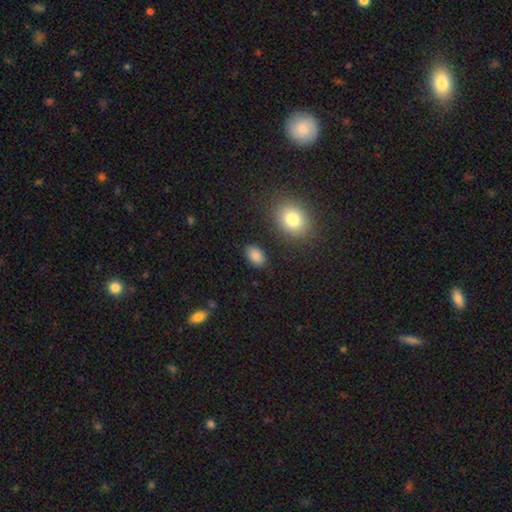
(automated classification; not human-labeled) Smooth or featured? Predicted: smooth (p=0.86). How rounded? Predicted: in between (p=0.89). Merging? Predicted: none (p=0.86).